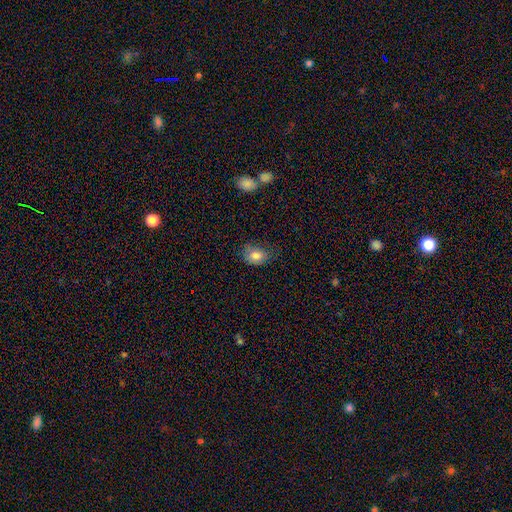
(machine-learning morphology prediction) type=smooth (82%); roundness=in between (64%); merging=none (66%).